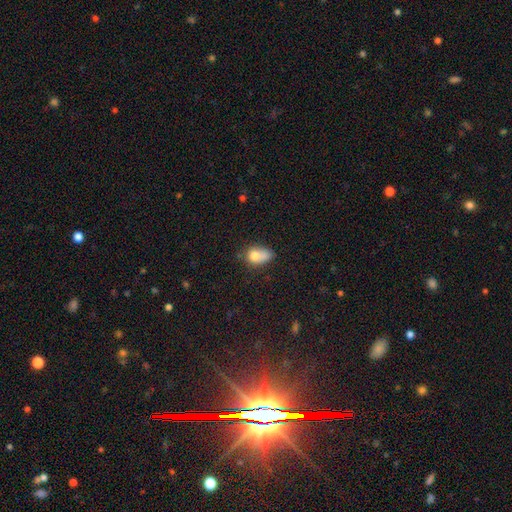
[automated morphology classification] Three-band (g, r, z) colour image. It shows a smooth galaxy with no disk features (75%) that is in between round and cigar-shaped (71%). Merging: none (31%).